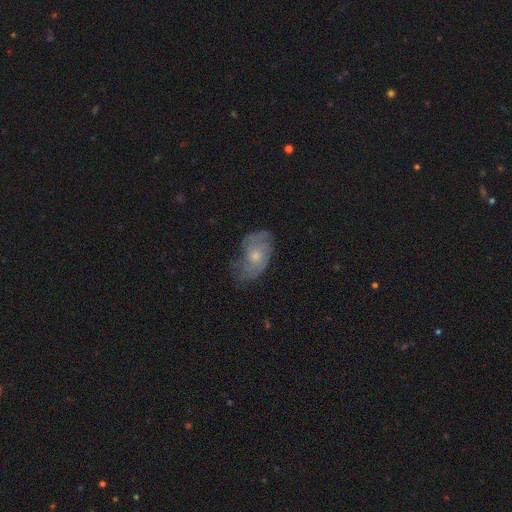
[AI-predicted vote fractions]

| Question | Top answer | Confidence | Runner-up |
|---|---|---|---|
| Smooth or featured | featured or disk | 57% | smooth (35%) |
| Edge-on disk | no | 95% | yes (5%) |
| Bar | no | 83% | weak (15%) |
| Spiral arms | yes | 72% | no (28%) |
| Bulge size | moderate | 48% | small (45%) |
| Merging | none | 51% | minor disturbance (30%) |